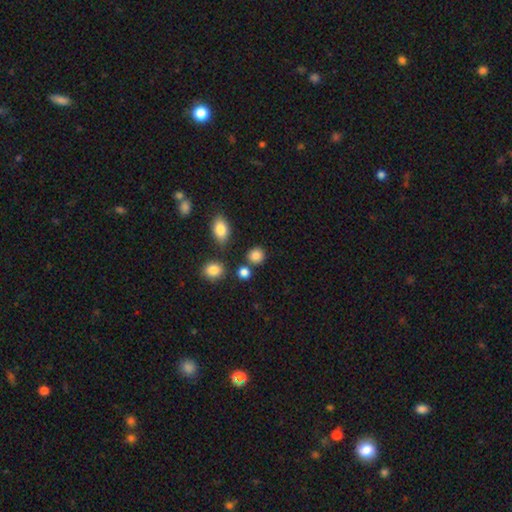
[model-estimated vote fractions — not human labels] smooth_or_featured: smooth (p=0.84) [alt: star or artifact p=0.11]
how_rounded: round (p=0.83) [alt: in between p=0.16]
merging: none (p=0.79) [alt: minor disturbance p=0.10]